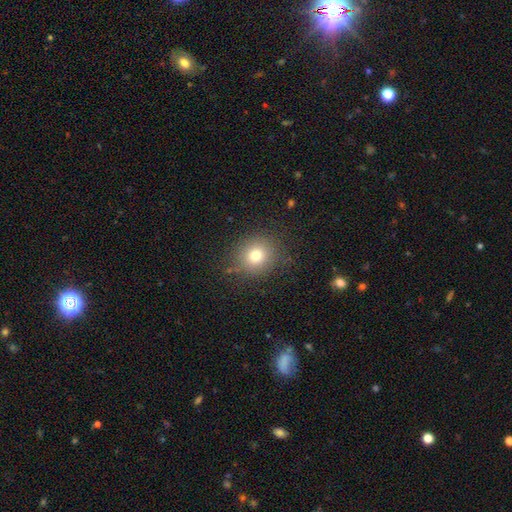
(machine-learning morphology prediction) A smooth galaxy with no disk features (77%) that is round (85%).

Vote fractions:
- Smooth or featured? smooth: 77% / star or artifact: 14% / featured or disk: 9%
- How rounded? round: 85% / in between: 14% / cigar-shaped: 1%
- Merging? none: 84% / minor disturbance: 10% / major disturbance: 4% / merger: 1%